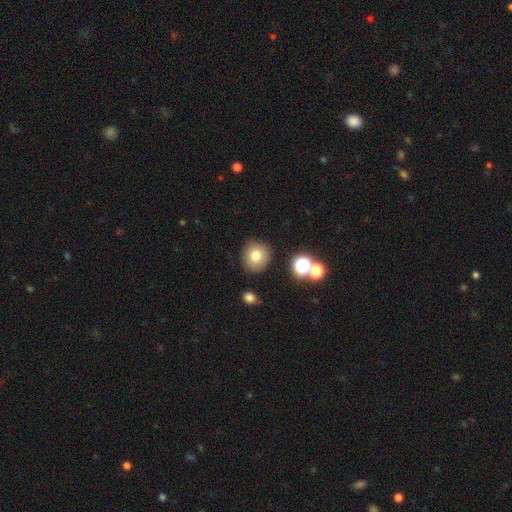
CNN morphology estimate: smooth_or_featured: smooth (p=0.75) [alt: star or artifact p=0.13]
how_rounded: round (p=0.87) [alt: in between p=0.12]
merging: none (p=0.85) [alt: minor disturbance p=0.09]